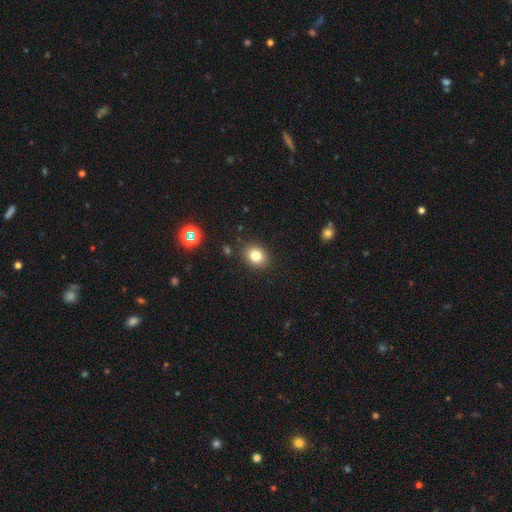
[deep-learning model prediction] This is clearly a smooth galaxy (80%). How rounded: possibly round (56%). Merging: clearly none (87%).